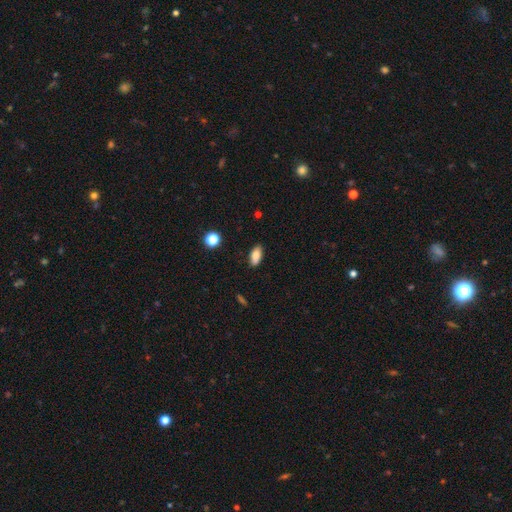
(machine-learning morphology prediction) type=smooth (84%); roundness=in between (86%); merging=none (84%).